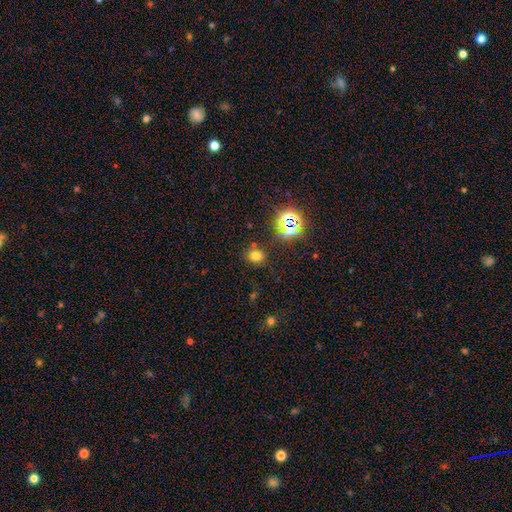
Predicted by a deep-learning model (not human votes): Smooth or featured? smooth (66%)
How rounded? round (73%)
Merging? none (82%)